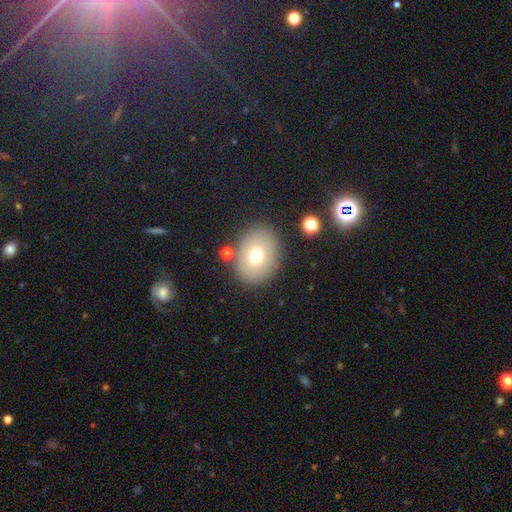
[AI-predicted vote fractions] smooth_or_featured: smooth (p=0.70) [alt: featured or disk p=0.19]
how_rounded: in between (p=0.56) [alt: round p=0.43]
merging: none (p=0.82) [alt: minor disturbance p=0.10]